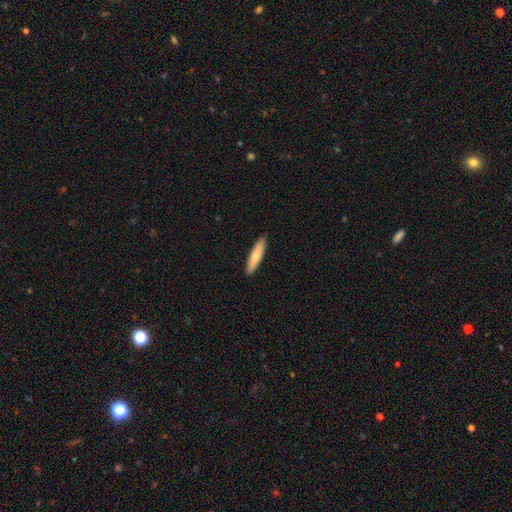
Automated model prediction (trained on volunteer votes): A smooth galaxy with no disk features (73%) that is cigar-shaped (81%).

Vote fractions:
- Smooth or featured? smooth: 73% / featured or disk: 22% / star or artifact: 5%
- How rounded? cigar-shaped: 81% / in between: 17% / round: 1%
- Merging? none: 90% / minor disturbance: 8% / major disturbance: 1% / merger: 1%